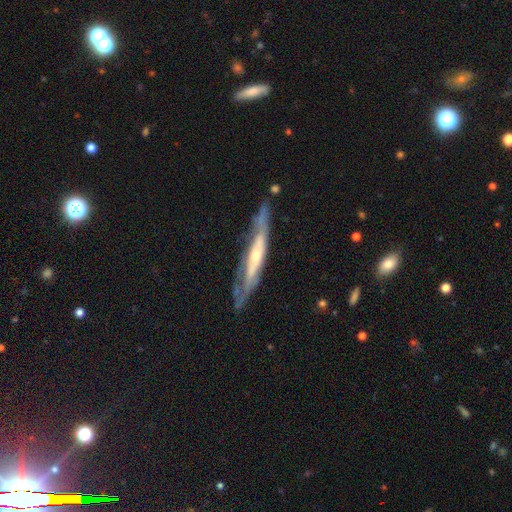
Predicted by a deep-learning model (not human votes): Smooth or featured?
  - featured or disk: 78% *
  - smooth: 15%
  - star or artifact: 7%
Edge-on disk?
  - yes: 68% *
  - no: 32%
Edge-on bulge?
  - rounded: 60% *
  - none: 34%
  - boxy: 6%
Merging?
  - none: 72% *
  - minor disturbance: 20%
  - major disturbance: 6%
  - merger: 2%